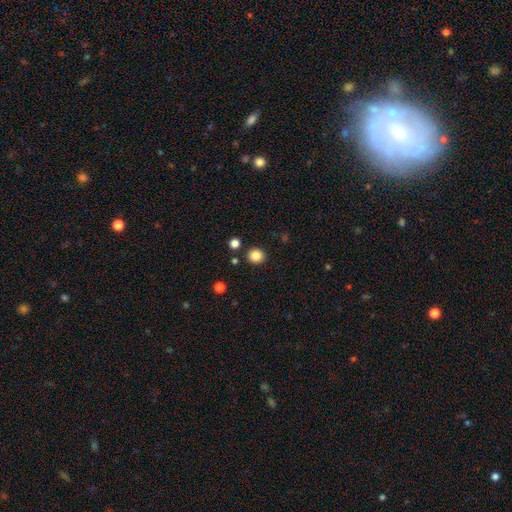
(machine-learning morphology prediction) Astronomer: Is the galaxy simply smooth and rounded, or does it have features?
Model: smooth — 85%.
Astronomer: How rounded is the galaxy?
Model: round — 87%.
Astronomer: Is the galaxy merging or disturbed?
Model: none — 90%.